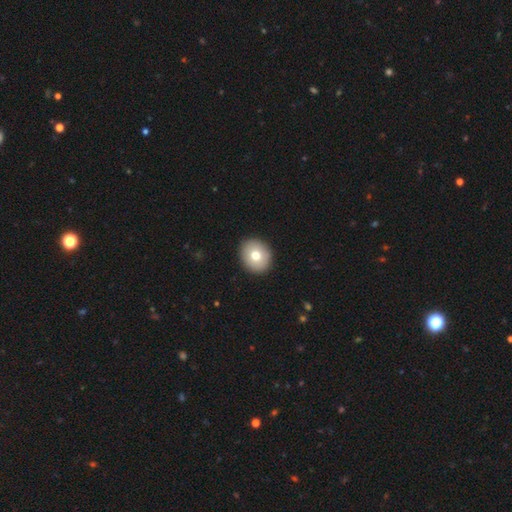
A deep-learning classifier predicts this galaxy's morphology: smooth_or_featured: smooth (p=0.76) [alt: featured or disk p=0.16]
how_rounded: round (p=0.68) [alt: in between p=0.31]
merging: none (p=0.92) [alt: minor disturbance p=0.06]